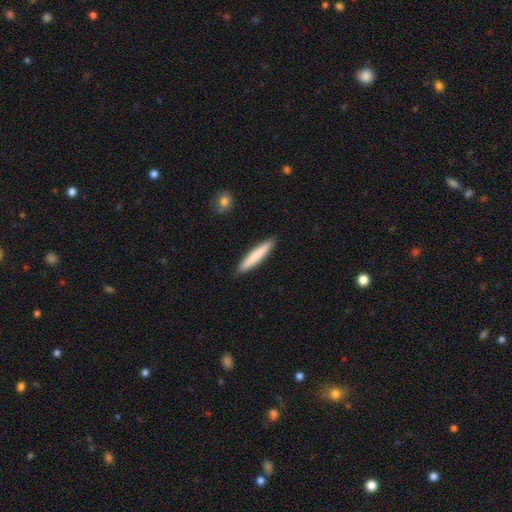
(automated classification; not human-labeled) Smooth or featured?
  - smooth: 78% *
  - featured or disk: 16%
  - star or artifact: 5%
How rounded?
  - cigar-shaped: 93% *
  - in between: 6%
  - round: 1%
Merging?
  - none: 90% *
  - minor disturbance: 7%
  - major disturbance: 1%
  - merger: 1%